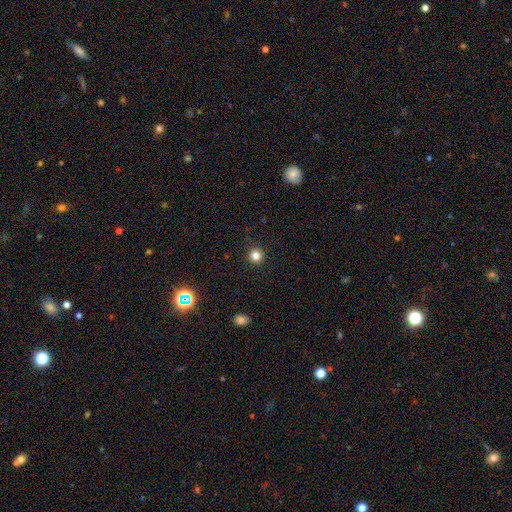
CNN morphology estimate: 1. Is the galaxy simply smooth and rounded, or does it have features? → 81% smooth, 14% star or artifact, 5% featured or disk.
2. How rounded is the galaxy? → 95% round, 4% in between, 1% cigar-shaped.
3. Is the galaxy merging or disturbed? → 92% none, 5% minor disturbance, 2% major disturbance, 1% merger.